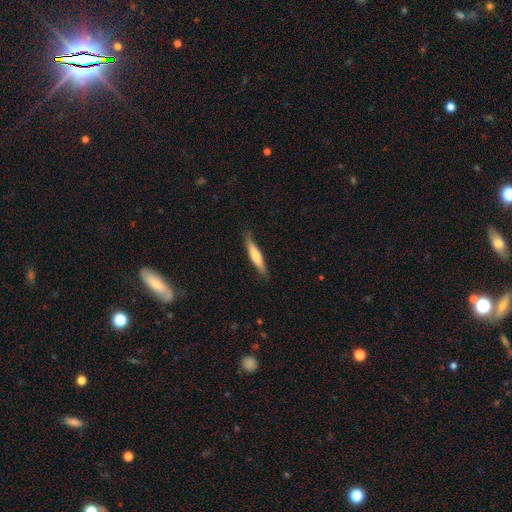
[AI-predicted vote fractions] Smooth or featured? smooth (65%)
How rounded? cigar-shaped (88%)
Merging? none (82%)